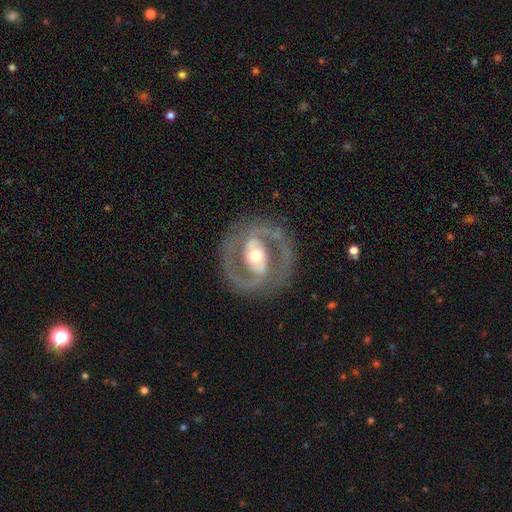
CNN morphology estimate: smooth-or-featured: featured or disk: 83% | smooth: 12% | star or artifact: 5%
  disk-edge-on: no: 96% | yes: 4%
    bar: no: 34% | strong: 33% | weak: 33%
    has-spiral-arms: yes: 72% | no: 28%
      spiral-winding: medium: 49% | tight: 32% | loose: 18%
      spiral-arm-count: 2: 87% | can't tell: 6% | 1: 3% | 3: 1% | 4: 1% | more than 4: 1%
    bulge-size: moderate: 69% | large: 17% | small: 12% | dominant: 2% | none: 1%
  merging: none: 79% | minor disturbance: 11% | major disturbance: 8% | merger: 1%